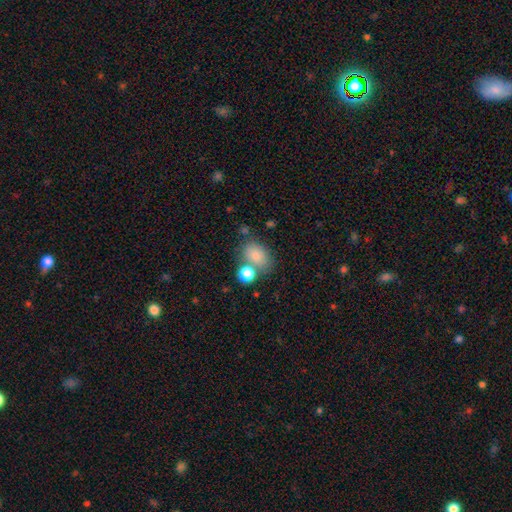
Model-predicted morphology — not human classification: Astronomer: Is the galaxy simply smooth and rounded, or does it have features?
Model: smooth — 80%.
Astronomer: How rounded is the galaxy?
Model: in between — 74%.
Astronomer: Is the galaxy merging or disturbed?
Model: none — 61%.